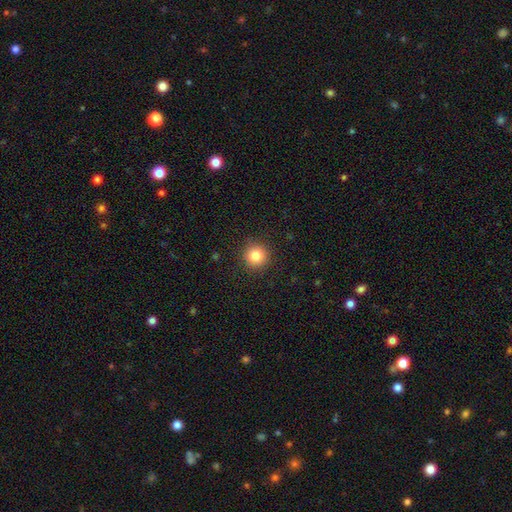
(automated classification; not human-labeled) Smooth or featured?
  - smooth: 82% *
  - star or artifact: 11%
  - featured or disk: 7%
How rounded?
  - round: 95% *
  - in between: 4%
  - cigar-shaped: 1%
Merging?
  - none: 91% *
  - minor disturbance: 6%
  - major disturbance: 2%
  - merger: 1%